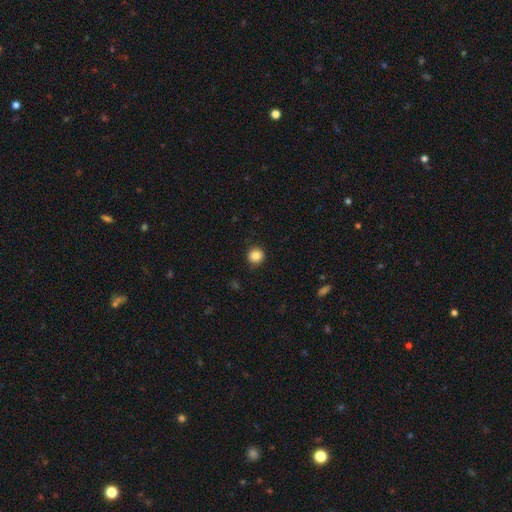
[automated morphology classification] smooth-or-featured: smooth: 86% | star or artifact: 10% | featured or disk: 4%
  how-rounded: round: 91% | in between: 8% | cigar-shaped: 1%
  merging: none: 87% | minor disturbance: 9% | major disturbance: 2% | merger: 1%